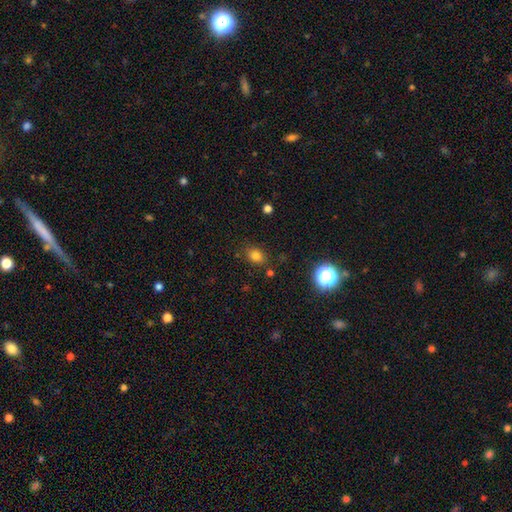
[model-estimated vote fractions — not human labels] Smooth or featured? Predicted: smooth (p=0.78). How rounded? Predicted: in between (p=0.63). Merging? Predicted: none (p=0.81).